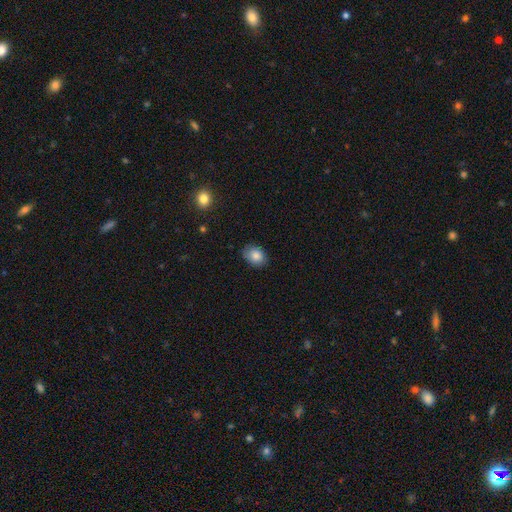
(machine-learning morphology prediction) smooth-or-featured: smooth: 85% | star or artifact: 8% | featured or disk: 7%
  how-rounded: in between: 64% | round: 35% | cigar-shaped: 1%
  merging: none: 81% | minor disturbance: 15% | major disturbance: 3% | merger: 1%